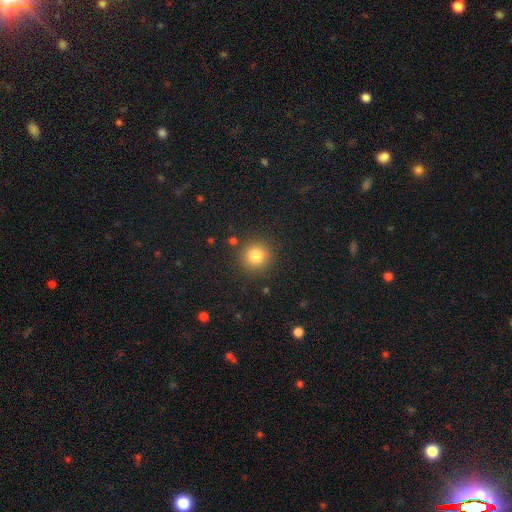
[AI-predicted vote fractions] Q: Smooth or featured?
A: smooth (82%); runner-up: star or artifact (12%)
Q: How rounded?
A: round (93%); runner-up: in between (6%)
Q: Merging?
A: none (88%); runner-up: minor disturbance (7%)